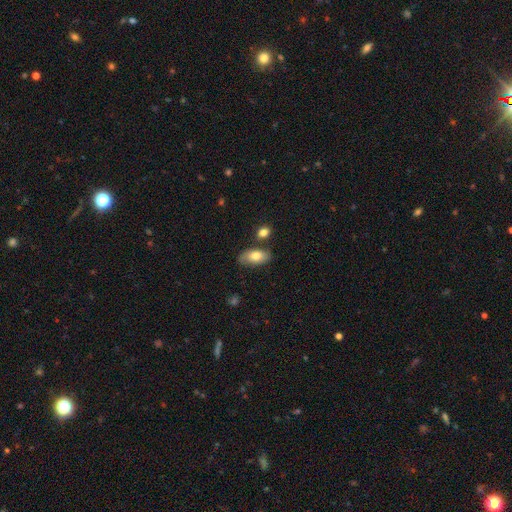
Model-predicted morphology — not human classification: A smooth galaxy with no disk features (74%) that is in between round and cigar-shaped (92%).

Vote fractions:
- Smooth or featured? smooth: 74% / featured or disk: 19% / star or artifact: 7%
- How rounded? in between: 92% / round: 4% / cigar-shaped: 4%
- Merging? none: 72% / minor disturbance: 17% / merger: 7% / major disturbance: 4%